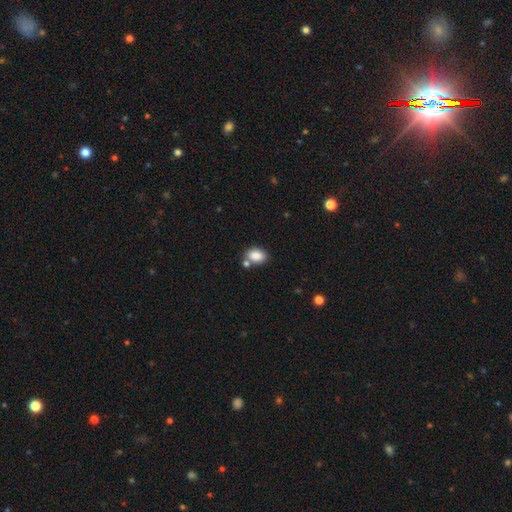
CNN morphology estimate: Smooth or featured: smooth — 86% (star or artifact — 9%)
How rounded: in between — 75% (round — 24%)
Merging: none — 66% (merger — 18%)